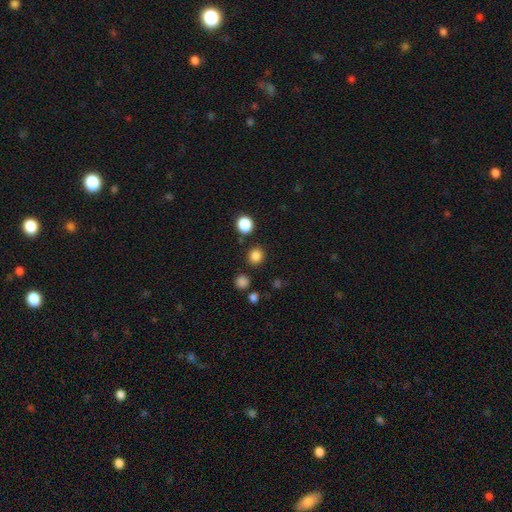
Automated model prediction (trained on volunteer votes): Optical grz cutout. It shows a smooth galaxy with no disk features (83%) that is round (87%). Merging: none (86%).